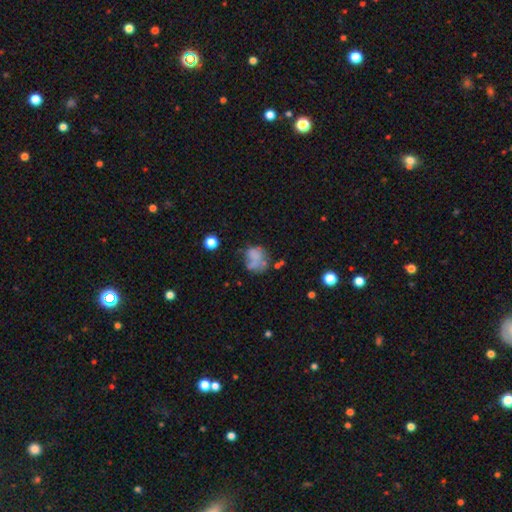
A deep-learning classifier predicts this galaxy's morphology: The model was most divided on "merging": none: 37%, major disturbance: 28%, minor disturbance: 26%, merger: 9%. More confident: how rounded — round (61%); smooth or featured — smooth (58%).